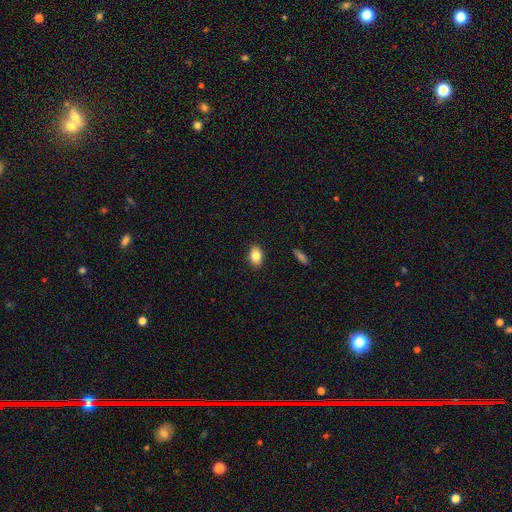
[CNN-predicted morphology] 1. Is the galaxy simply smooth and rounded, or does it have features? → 83% smooth, 9% featured or disk, 8% star or artifact.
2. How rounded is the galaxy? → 83% in between, 15% round, 2% cigar-shaped.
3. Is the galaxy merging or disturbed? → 89% none, 8% minor disturbance, 2% major disturbance, 1% merger.